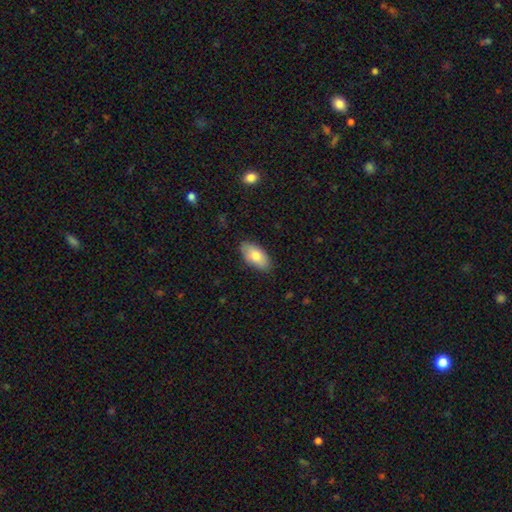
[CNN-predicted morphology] Smooth or featured? smooth (78%)
How rounded? in between (93%)
Merging? none (84%)